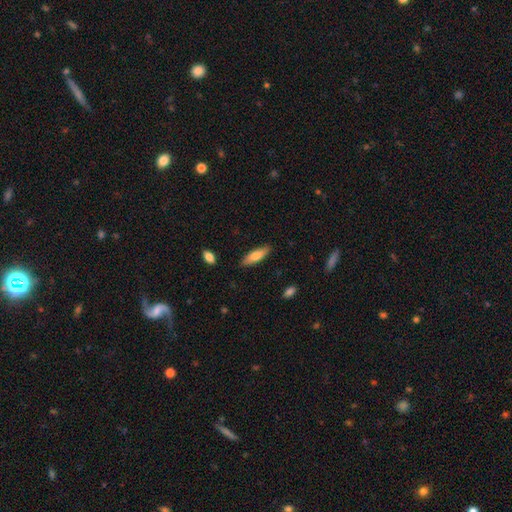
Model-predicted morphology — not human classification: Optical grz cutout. It shows a smooth galaxy with no disk features (74%) that is cigar-shaped (51%). Merging: none (86%).